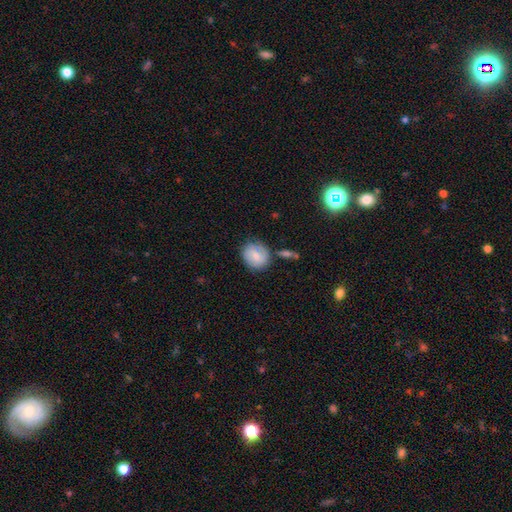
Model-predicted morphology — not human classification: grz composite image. It shows a smooth galaxy with no disk features (70%) that is round (75%). Merging: none (70%).